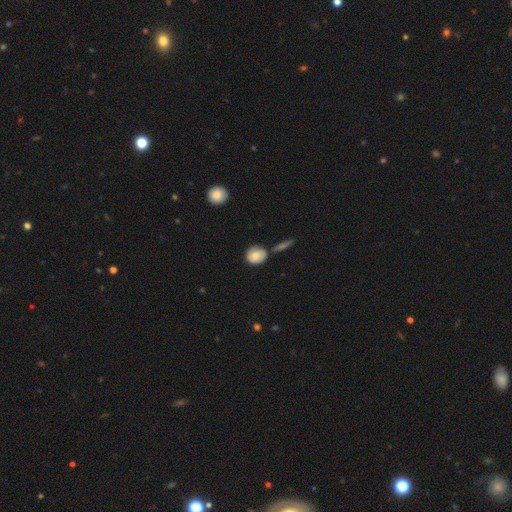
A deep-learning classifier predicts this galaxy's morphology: This appears to be a smooth galaxy with no disk features (68%) that is round (70%). Merging: none (64%).